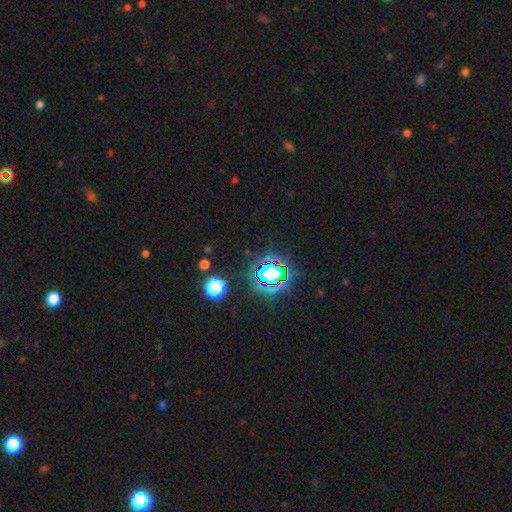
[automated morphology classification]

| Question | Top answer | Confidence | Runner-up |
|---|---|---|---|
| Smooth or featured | star or artifact | 78% | smooth (14%) |